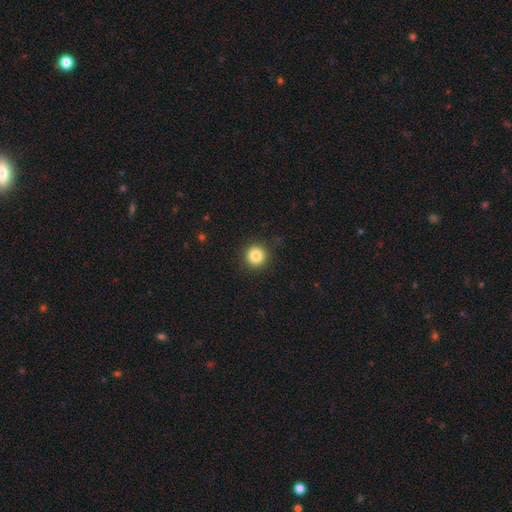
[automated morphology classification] type=smooth (85%); roundness=round (94%); merging=none (91%).